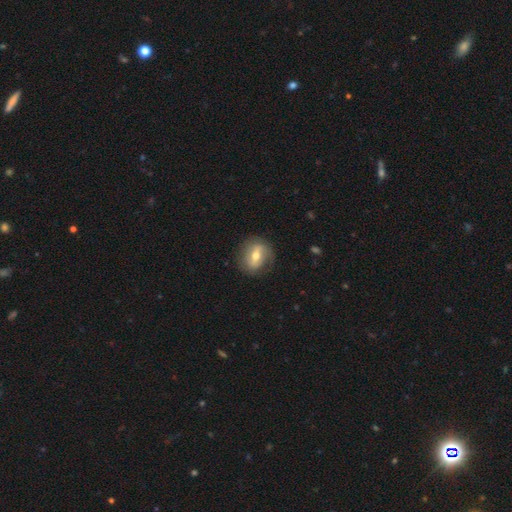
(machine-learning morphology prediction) This appears to be a smooth galaxy with no disk features (47%). Merging: none (79%).